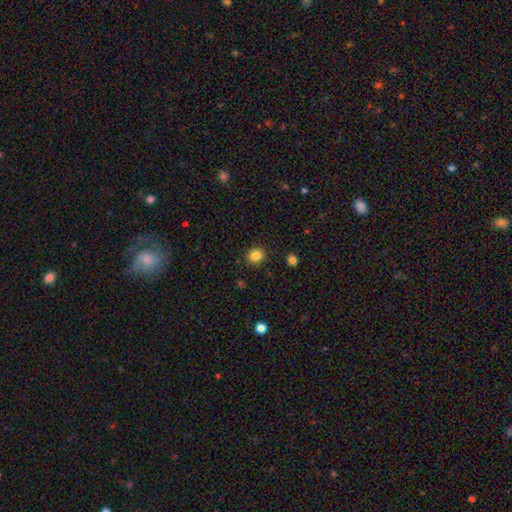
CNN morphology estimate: A smooth galaxy with no disk features (84%) that is round (84%). Merging: none (89%).